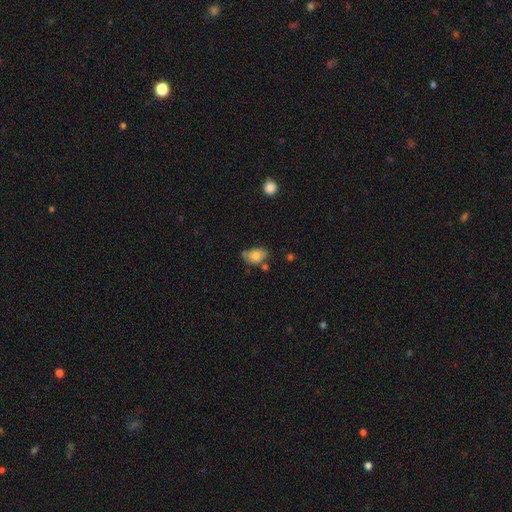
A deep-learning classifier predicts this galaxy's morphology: Smooth or featured: smooth — 76% (featured or disk — 16%)
How rounded: in between — 85% (round — 14%)
Merging: none — 51% (minor disturbance — 29%)